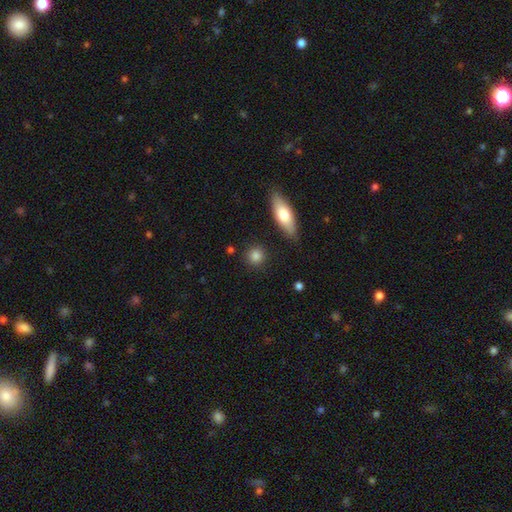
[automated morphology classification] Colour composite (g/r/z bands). It shows a smooth galaxy with no disk features (85%) that is round (85%). Merging: none (87%).